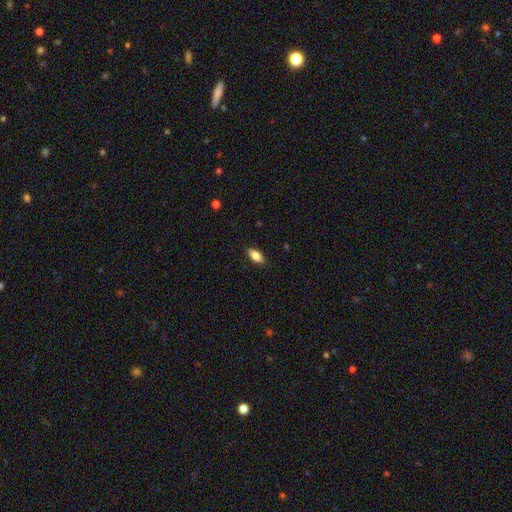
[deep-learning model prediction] smooth-or-featured: smooth: 77% | featured or disk: 15% | star or artifact: 7%
  how-rounded: in between: 83% | cigar-shaped: 14% | round: 3%
  merging: none: 87% | minor disturbance: 10% | major disturbance: 2% | merger: 1%